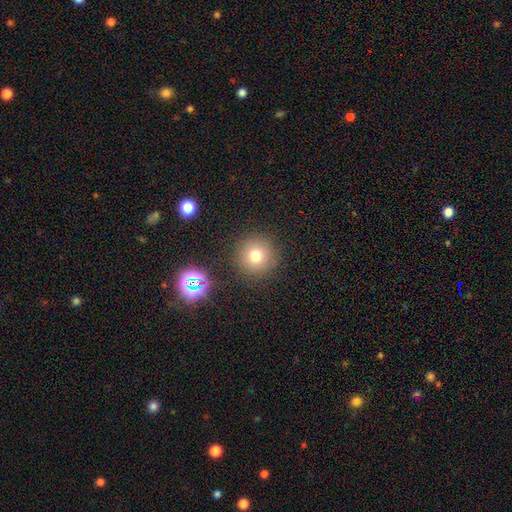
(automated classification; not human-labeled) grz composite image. It shows a smooth galaxy with no disk features (72%) that is round (95%). Merging: none (89%).